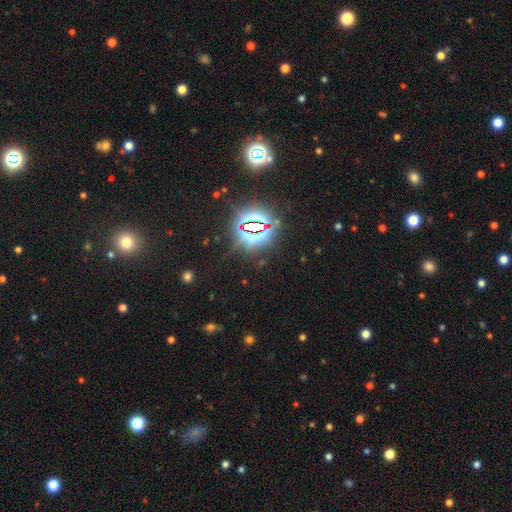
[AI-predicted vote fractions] Overall: star or artifact (81%).